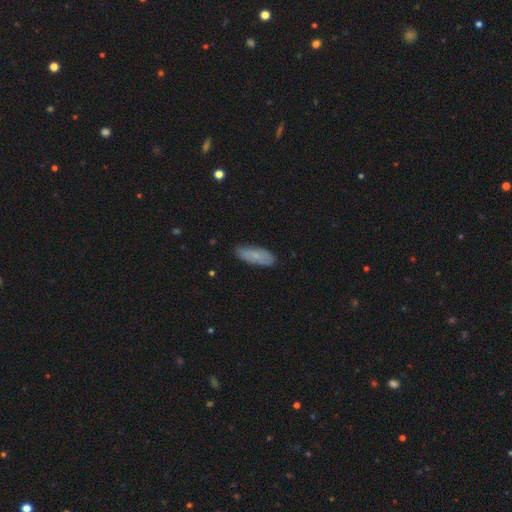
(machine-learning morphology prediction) This appears to be a smooth galaxy with no disk features (73%) that is in between round and cigar-shaped (73%). Merging: none (84%).